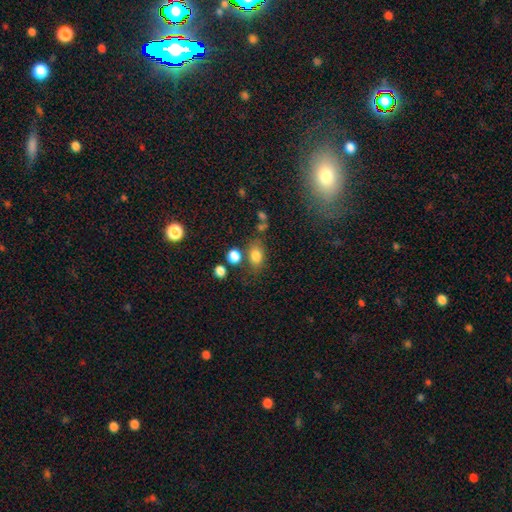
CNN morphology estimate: Smooth or featured?
  - smooth: 80% *
  - star or artifact: 12%
  - featured or disk: 9%
How rounded?
  - in between: 71% *
  - round: 27%
  - cigar-shaped: 2%
Merging?
  - none: 64% *
  - minor disturbance: 17%
  - merger: 12%
  - major disturbance: 7%